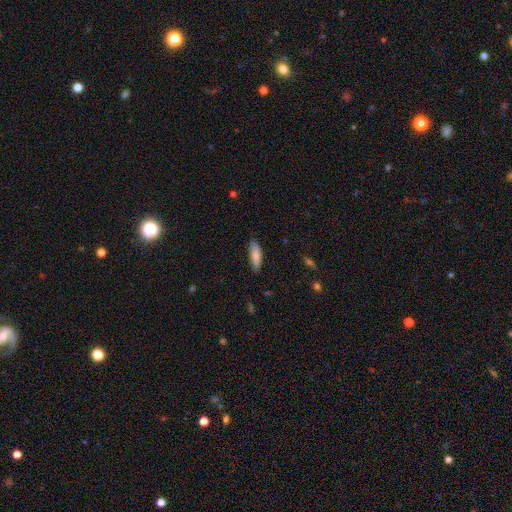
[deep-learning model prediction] Smooth or featured?
  - smooth: 80% *
  - featured or disk: 14%
  - star or artifact: 6%
How rounded?
  - in between: 50% *
  - cigar-shaped: 49%
  - round: 2%
Merging?
  - none: 80% *
  - minor disturbance: 16%
  - major disturbance: 2%
  - merger: 1%